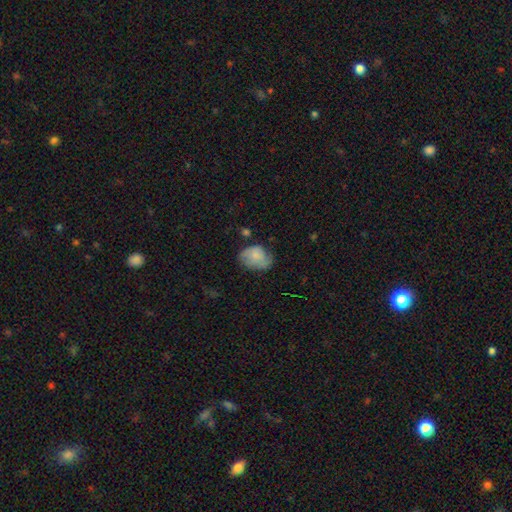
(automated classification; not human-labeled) Overall: smooth (64%; featured or disk 28%). How rounded: in between (69%; round 30%). Merging: none (49%; minor disturbance 35%).